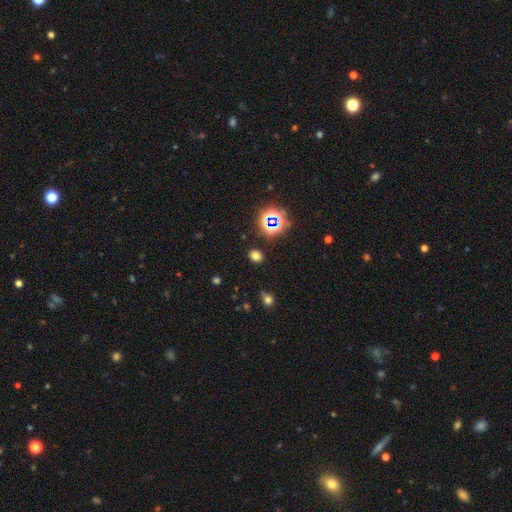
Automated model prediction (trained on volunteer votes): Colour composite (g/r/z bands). It shows a smooth galaxy with no disk features (68%) that is round (58%). Merging: none (86%).